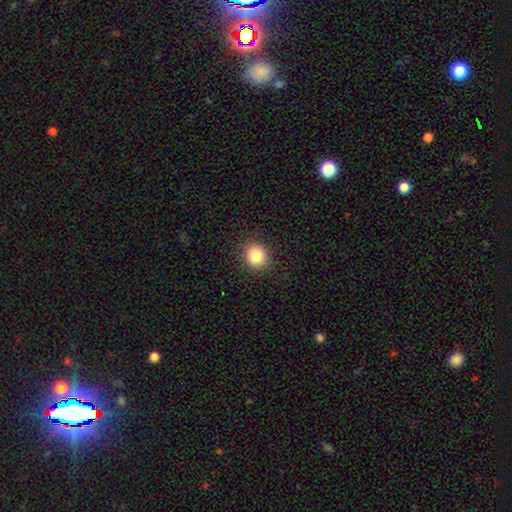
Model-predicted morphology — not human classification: type=smooth (84%); roundness=round (88%); merging=none (90%).